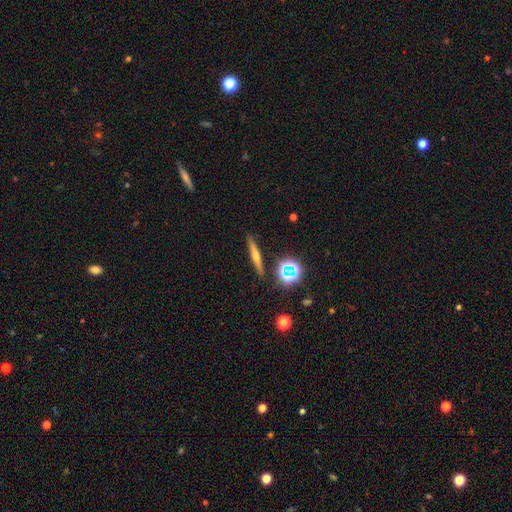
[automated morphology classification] featured or disk 53%, smooth 31%, star or artifact 16%. Down the decision tree: edge-on disk — yes (94%); merging — none (89%).